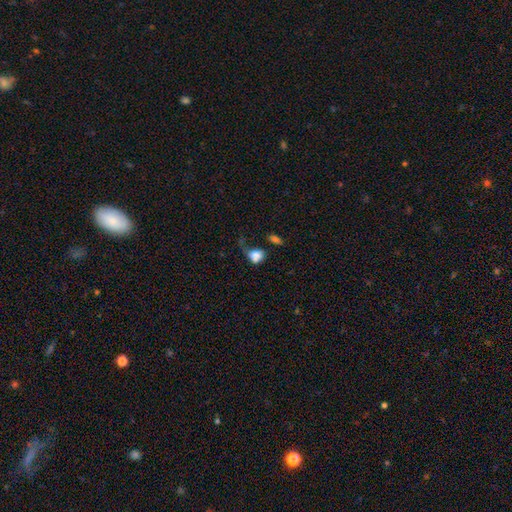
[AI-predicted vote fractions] Smooth or featured? Predicted: smooth (p=0.76). How rounded? Predicted: in between (p=0.50). Merging? Predicted: major disturbance (p=0.37).